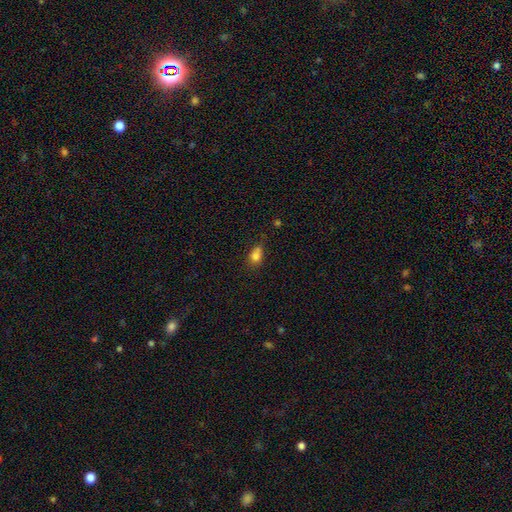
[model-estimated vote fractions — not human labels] This is likely a smooth galaxy (80%). How rounded: likely in between (63%). Merging: possibly none (51%).